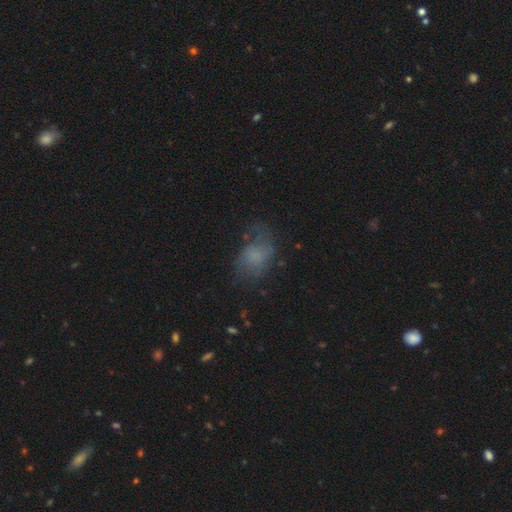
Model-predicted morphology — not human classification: smooth-or-featured: smooth: 56% | featured or disk: 30% | star or artifact: 14%
  how-rounded: in between: 74% | round: 25% | cigar-shaped: 2%
  merging: none: 49% | minor disturbance: 26% | major disturbance: 23% | merger: 2%